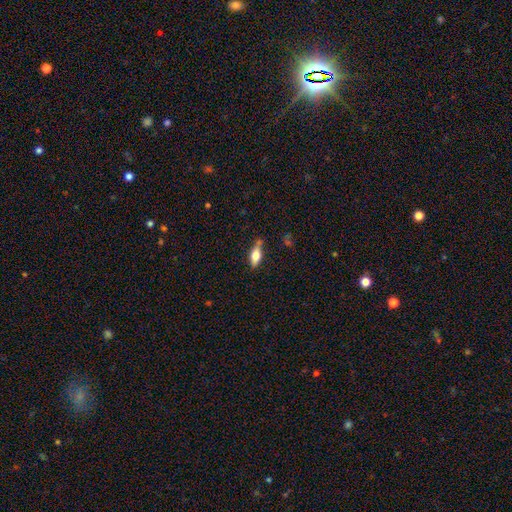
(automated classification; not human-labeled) This appears to be a smooth galaxy with no disk features (58%) that is in between round and cigar-shaped (72%). Merging: none (71%).